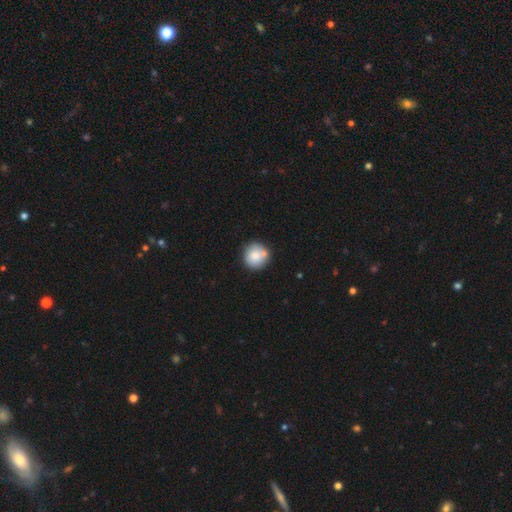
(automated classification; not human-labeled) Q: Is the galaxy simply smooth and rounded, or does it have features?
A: smooth — 80%.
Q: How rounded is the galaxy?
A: round — 92%.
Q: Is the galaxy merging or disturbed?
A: none — 70%.